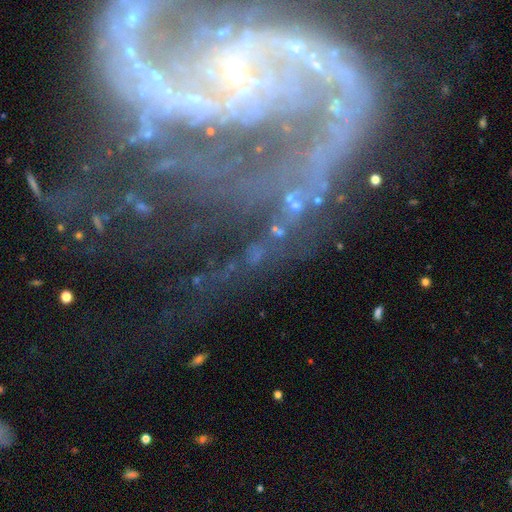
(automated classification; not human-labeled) The model was most divided on "bar": no: 50%, weak: 26%, strong: 24%. More confident: edge-on disk — no (92%); spiral arms — yes (82%); merging — none (57%); smooth or featured — featured or disk (56%); bulge size — small (52%).